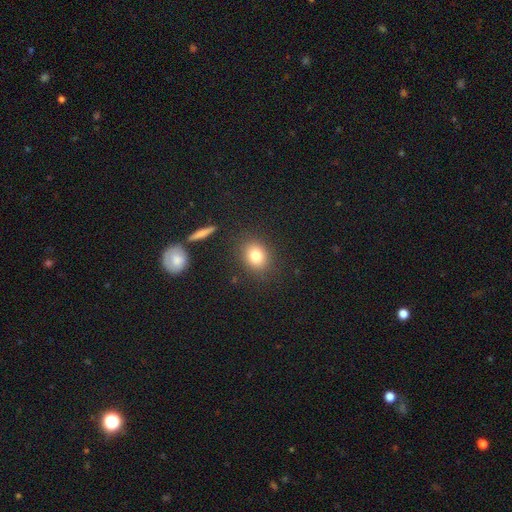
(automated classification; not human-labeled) Smooth or featured? smooth (80%)
How rounded? round (55%)
Merging? none (85%)